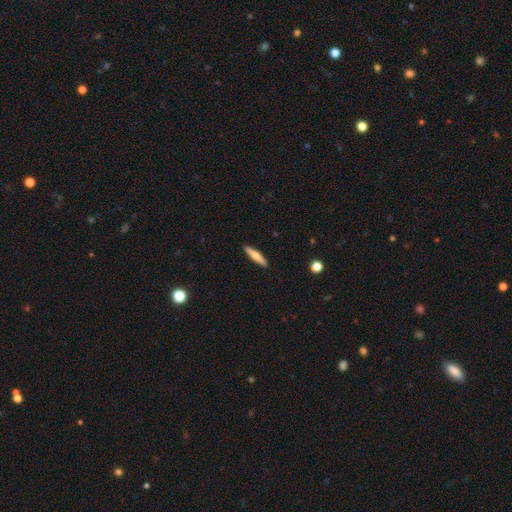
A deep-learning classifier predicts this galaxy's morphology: smooth 59%, featured or disk 35%, star or artifact 6%. Down the decision tree: how rounded — cigar-shaped (86%); merging — none (91%).